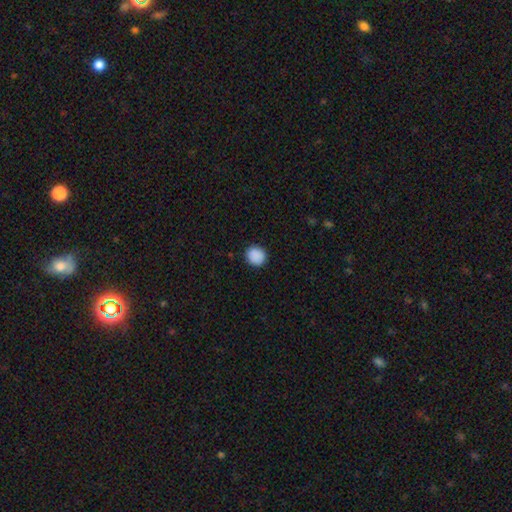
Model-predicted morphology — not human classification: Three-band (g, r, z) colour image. It shows a smooth galaxy with no disk features (90%) that is round (85%). Merging: none (90%).